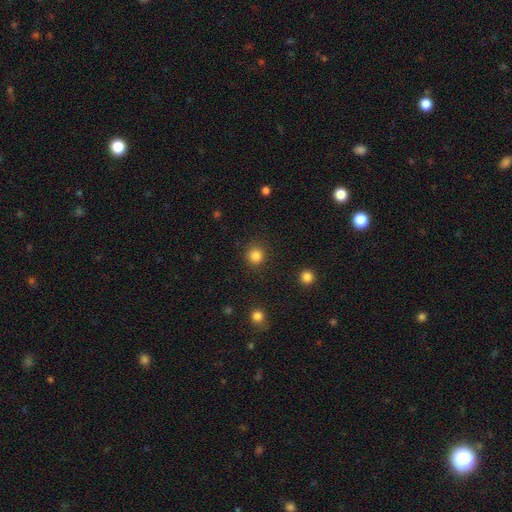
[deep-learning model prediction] Overall: smooth (85%). How rounded: round (93%). Merging: none (90%).